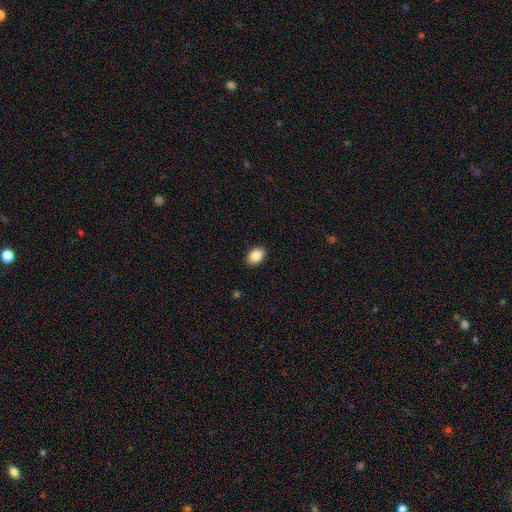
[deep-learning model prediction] A smooth galaxy with no disk features (88%) that is in between round and cigar-shaped (85%). Merging: none (90%).